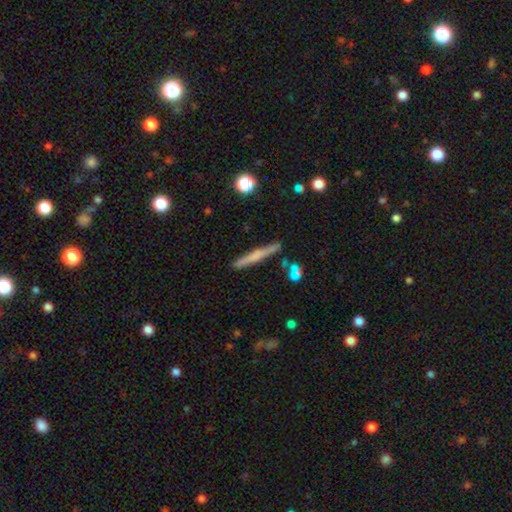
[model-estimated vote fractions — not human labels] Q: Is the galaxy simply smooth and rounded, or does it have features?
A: smooth — 51%.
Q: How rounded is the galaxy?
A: cigar-shaped — 95%.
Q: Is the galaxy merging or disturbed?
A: none — 87%.